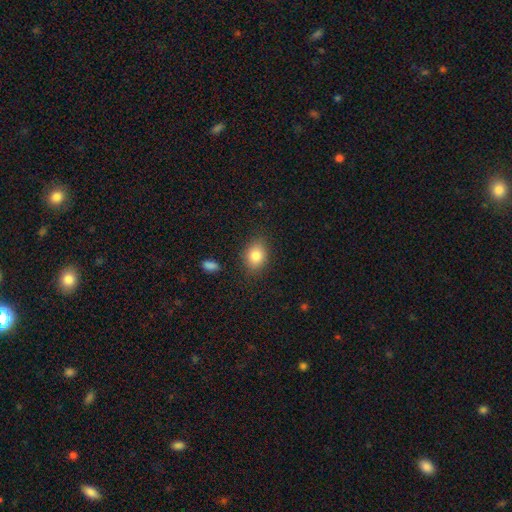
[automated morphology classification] A smooth galaxy with no disk features (84%) that is in between round and cigar-shaped (62%).

Vote fractions:
- Smooth or featured? smooth: 84% / star or artifact: 9% / featured or disk: 8%
- How rounded? in between: 62% / round: 37% / cigar-shaped: 1%
- Merging? none: 83% / minor disturbance: 12% / major disturbance: 3% / merger: 2%